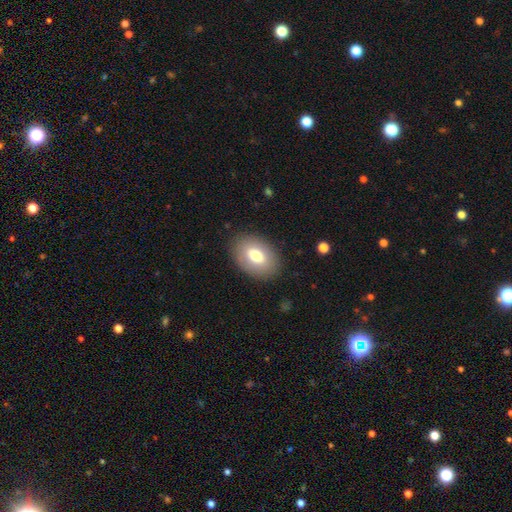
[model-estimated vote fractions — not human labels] Morphology: type=smooth (75%); roundness=in between (83%); merging=none (87%).